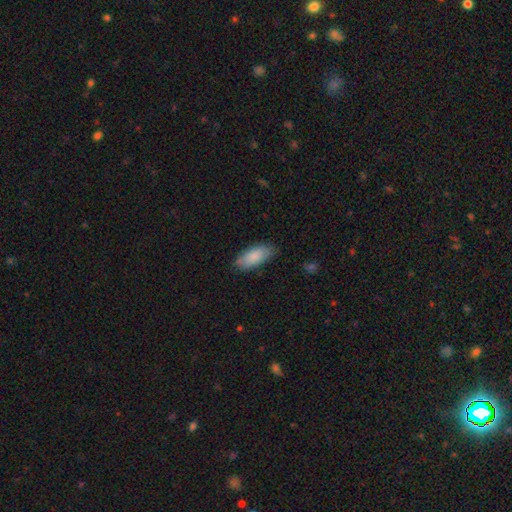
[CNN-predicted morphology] Smooth or featured? Predicted: smooth (p=0.86). How rounded? Predicted: in between (p=0.86). Merging? Predicted: none (p=0.79).